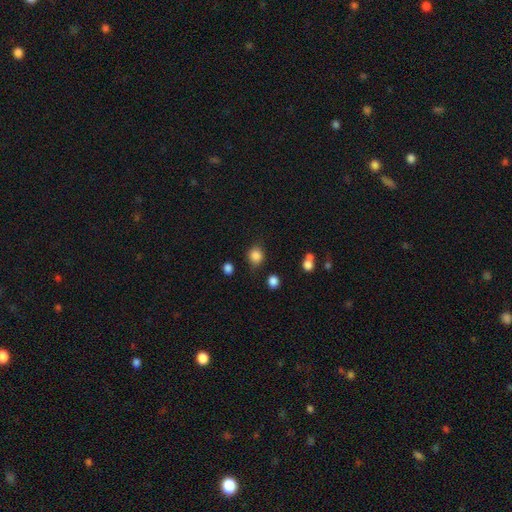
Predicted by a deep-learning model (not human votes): Smooth or featured: smooth — 85% (star or artifact — 11%)
How rounded: round — 74% (in between — 25%)
Merging: none — 76% (minor disturbance — 16%)